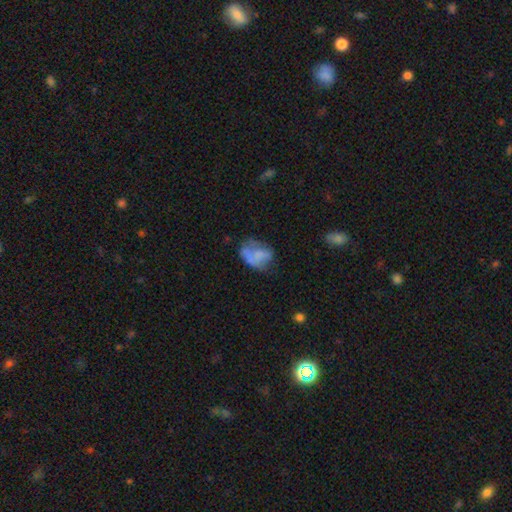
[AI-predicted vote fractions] A smooth galaxy with no disk features (54%) that is in between round and cigar-shaped (74%). Merging: none (37%).